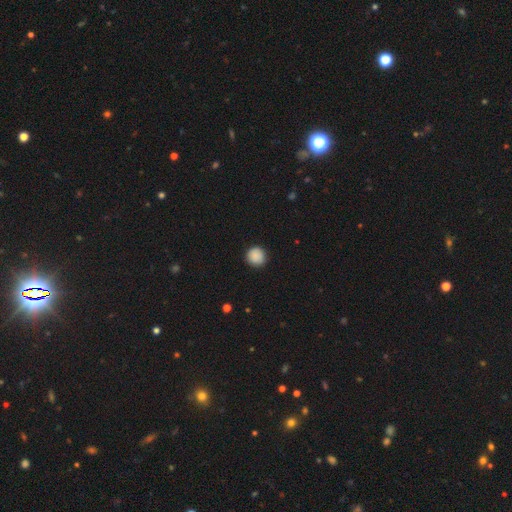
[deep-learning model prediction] smooth-or-featured: smooth: 88% | star or artifact: 8% | featured or disk: 3%
  how-rounded: round: 94% | in between: 5% | cigar-shaped: 1%
  merging: none: 90% | minor disturbance: 7% | major disturbance: 2% | merger: 1%